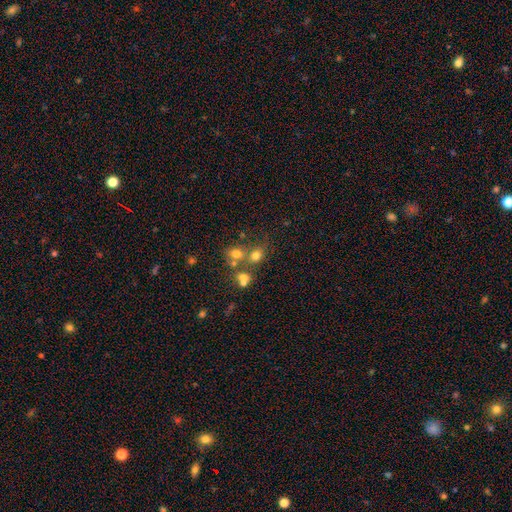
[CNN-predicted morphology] A smooth galaxy with no disk features (68%) that is round (69%).

Vote fractions:
- Smooth or featured? smooth: 68% / star or artifact: 18% / featured or disk: 13%
- How rounded? round: 69% / in between: 29% / cigar-shaped: 1%
- Merging? none: 48% / merger: 36% / minor disturbance: 10% / major disturbance: 6%